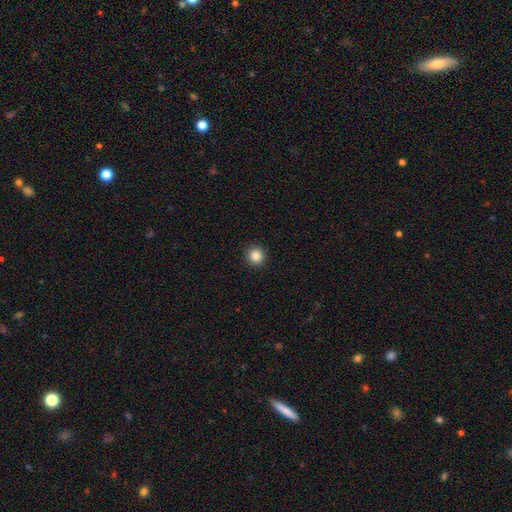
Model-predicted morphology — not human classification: Smooth or featured? smooth (85%)
How rounded? round (95%)
Merging? none (93%)